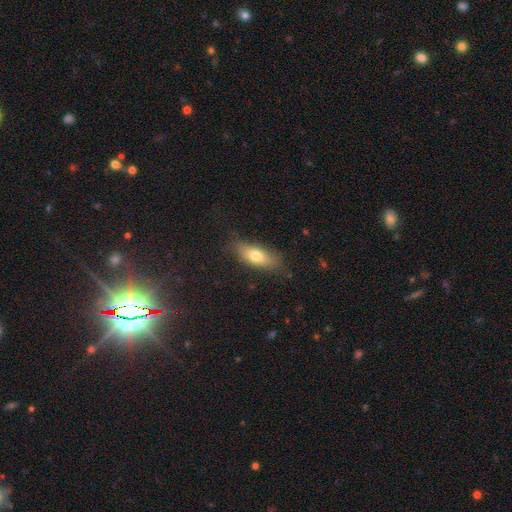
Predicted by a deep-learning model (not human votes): A smooth galaxy with no disk features (72%) that is in between round and cigar-shaped (72%). Merging: none (75%).